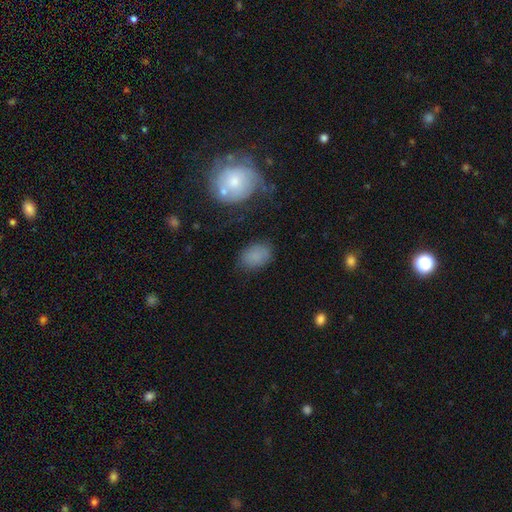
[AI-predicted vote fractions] Smooth or featured: smooth — 82% (star or artifact — 10%)
How rounded: in between — 81% (round — 18%)
Merging: none — 76% (minor disturbance — 15%)